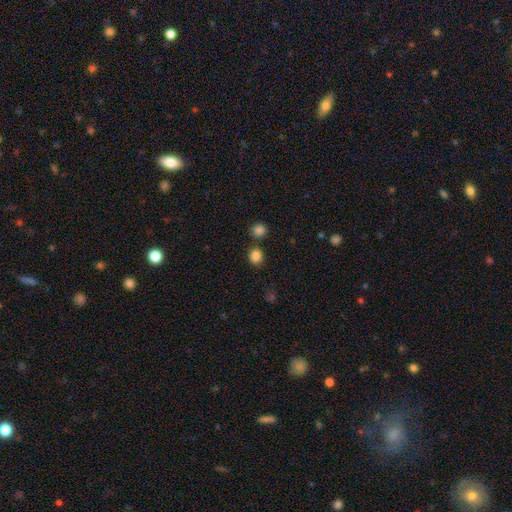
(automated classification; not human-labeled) smooth_or_featured: smooth (p=0.85) [alt: star or artifact p=0.12]
how_rounded: round (p=0.77) [alt: in between p=0.22]
merging: none (p=0.77) [alt: merger p=0.12]